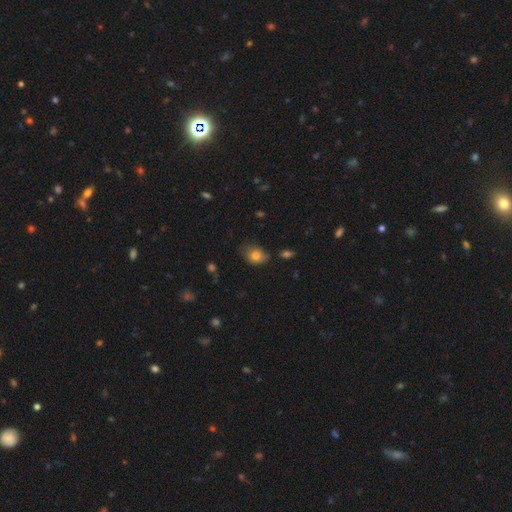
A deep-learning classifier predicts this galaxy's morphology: Smooth or featured? smooth (80%)
How rounded? in between (64%)
Merging? none (57%)